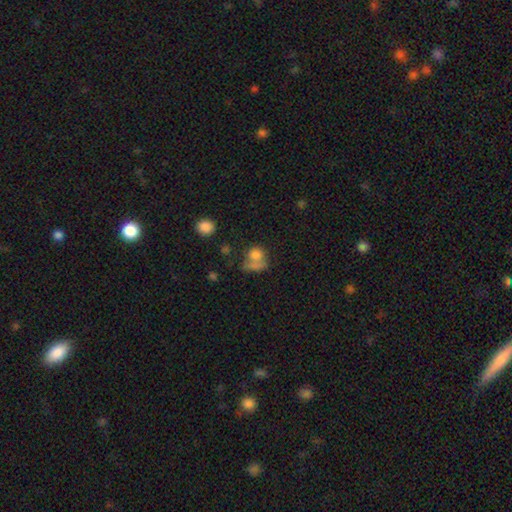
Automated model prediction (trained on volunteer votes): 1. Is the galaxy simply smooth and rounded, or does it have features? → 75% smooth, 13% featured or disk, 12% star or artifact.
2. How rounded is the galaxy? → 66% round, 33% in between, 2% cigar-shaped.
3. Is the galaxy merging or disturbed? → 37% merger, 33% none, 16% major disturbance, 14% minor disturbance.